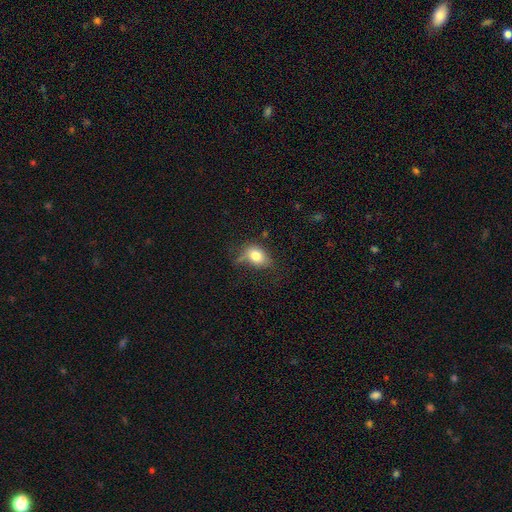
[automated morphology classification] A smooth galaxy with no disk features (79%) that is in between round and cigar-shaped (76%).

Vote fractions:
- Smooth or featured? smooth: 79% / featured or disk: 12% / star or artifact: 9%
- How rounded? in between: 76% / round: 23% / cigar-shaped: 2%
- Merging? none: 51% / minor disturbance: 31% / major disturbance: 13% / merger: 5%